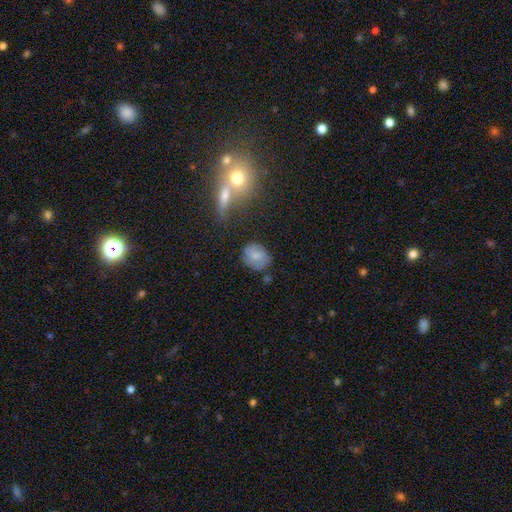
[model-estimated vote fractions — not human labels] The model was most divided on "how rounded": round: 59%, in between: 40%, cigar-shaped: 2%. More confident: smooth or featured — smooth (71%); merging — none (69%).